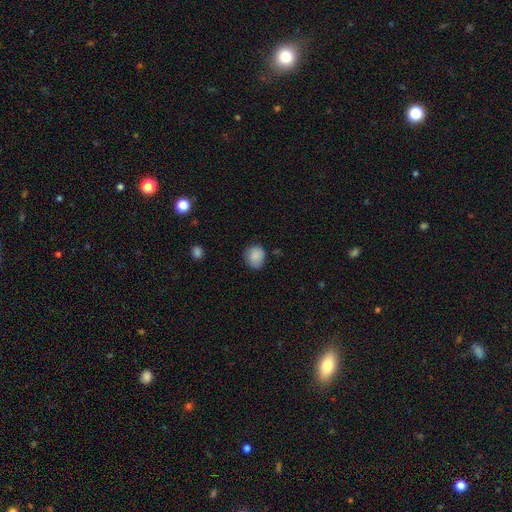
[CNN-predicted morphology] Q: Smooth or featured?
A: smooth (86%); runner-up: star or artifact (9%)
Q: How rounded?
A: round (71%); runner-up: in between (28%)
Q: Merging?
A: none (71%); runner-up: minor disturbance (23%)